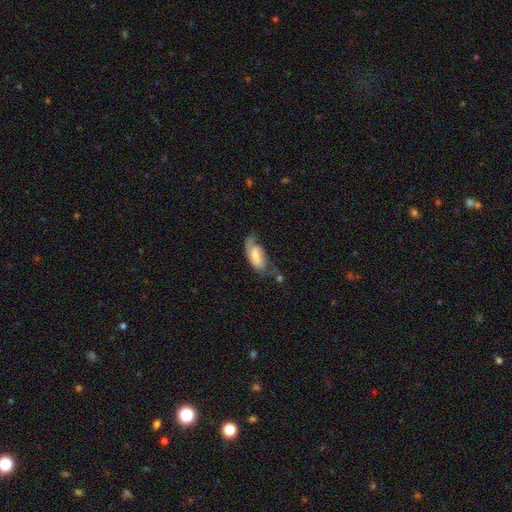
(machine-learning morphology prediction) This appears to be a featured or disk galaxy (48%). Merging: none (36%).